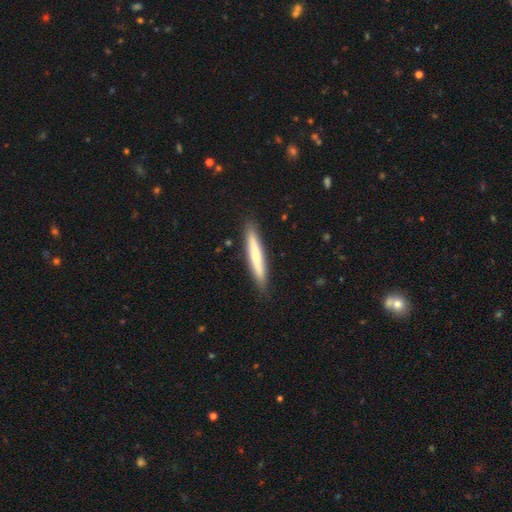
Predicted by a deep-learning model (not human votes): smooth-or-featured: smooth: 61% | featured or disk: 33% | star or artifact: 5%
  how-rounded: cigar-shaped: 93% | in between: 6% | round: 1%
  merging: none: 90% | minor disturbance: 8% | major disturbance: 1% | merger: 1%